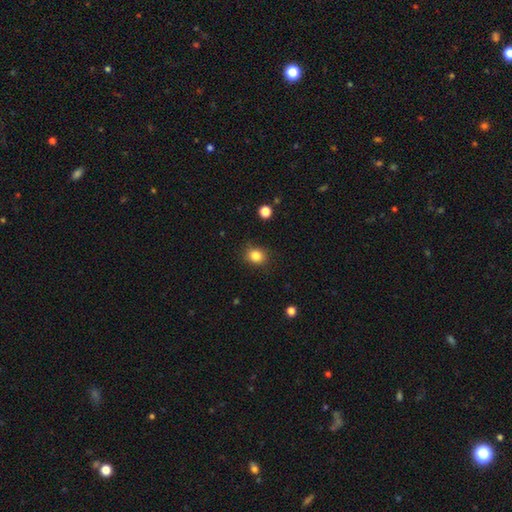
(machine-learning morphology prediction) Smooth or featured? smooth (84%)
How rounded? round (72%)
Merging? none (85%)